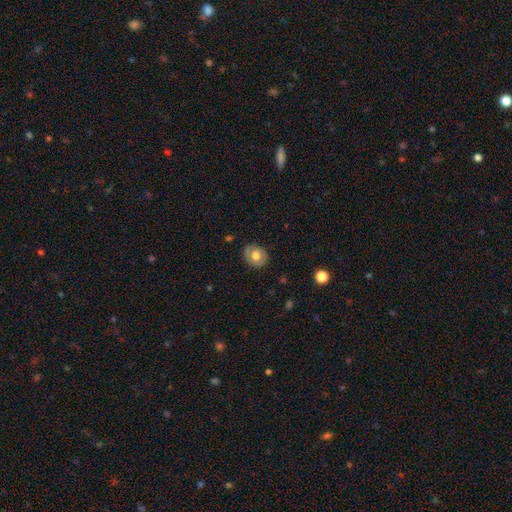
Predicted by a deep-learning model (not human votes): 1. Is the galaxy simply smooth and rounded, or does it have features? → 64% smooth, 29% featured or disk, 8% star or artifact.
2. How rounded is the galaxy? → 61% round, 38% in between, 1% cigar-shaped.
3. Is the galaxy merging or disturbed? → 82% none, 14% minor disturbance, 3% major disturbance, 1% merger.